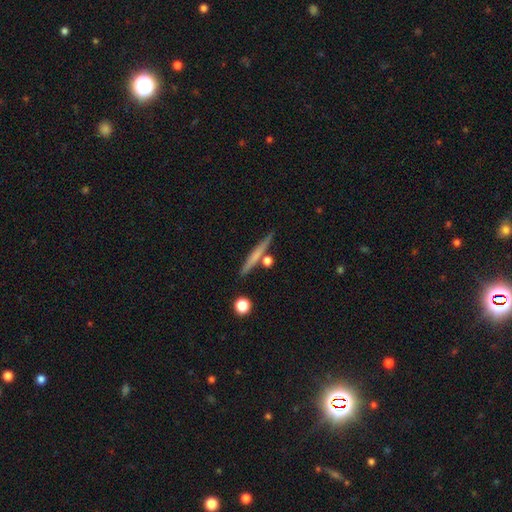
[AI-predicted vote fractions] Morphology: type=smooth (51%); roundness=cigar-shaped (92%); merging=none (82%).